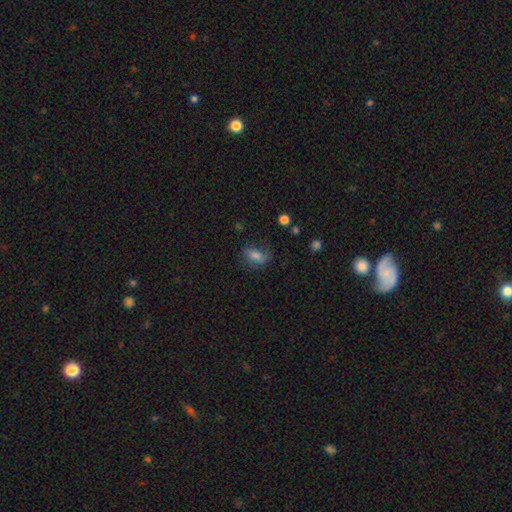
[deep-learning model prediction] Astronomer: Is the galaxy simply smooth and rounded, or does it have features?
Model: smooth — 74%.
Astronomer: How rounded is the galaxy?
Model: in between — 78%.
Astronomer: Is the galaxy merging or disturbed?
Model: none — 65%.